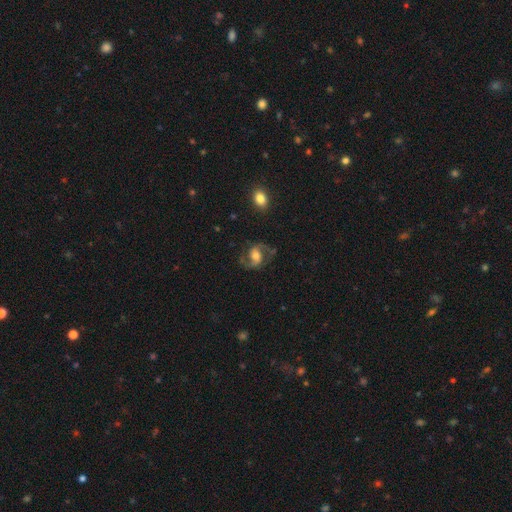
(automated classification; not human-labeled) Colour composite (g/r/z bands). It shows a featured or disk galaxy (84%) with a weak bar (42%), 2 (93%) medium (53%) spiral arms (96%) and a moderate central bulge (55%). Merging: none (75%).